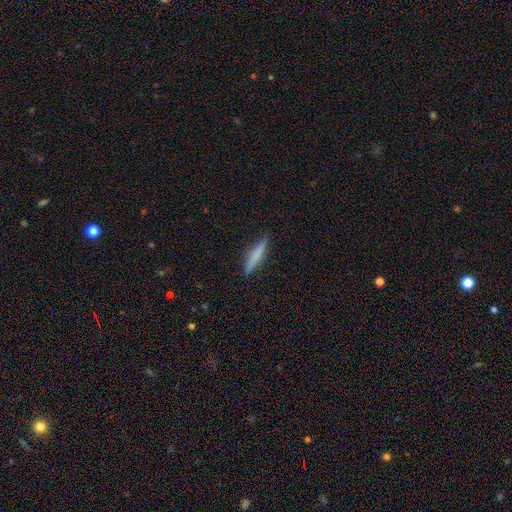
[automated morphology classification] smooth-or-featured: smooth: 68% | featured or disk: 25% | star or artifact: 6%
  how-rounded: cigar-shaped: 91% | in between: 7% | round: 1%
  merging: none: 89% | minor disturbance: 8% | major disturbance: 2% | merger: 1%